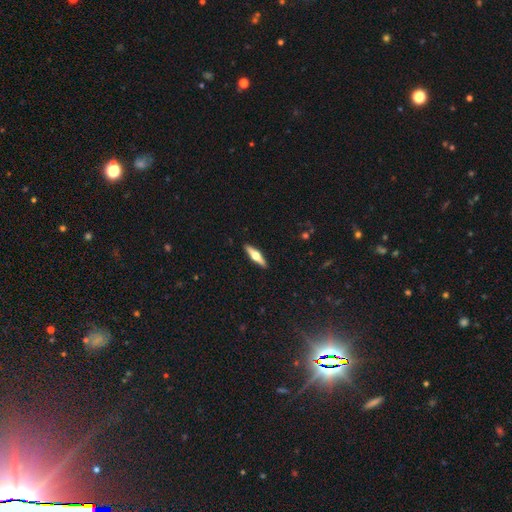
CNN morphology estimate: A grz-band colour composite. It shows a featured or disk galaxy (60%) viewed edge-on (96%) with a rounded central bulge (95%). Merging: none (91%).